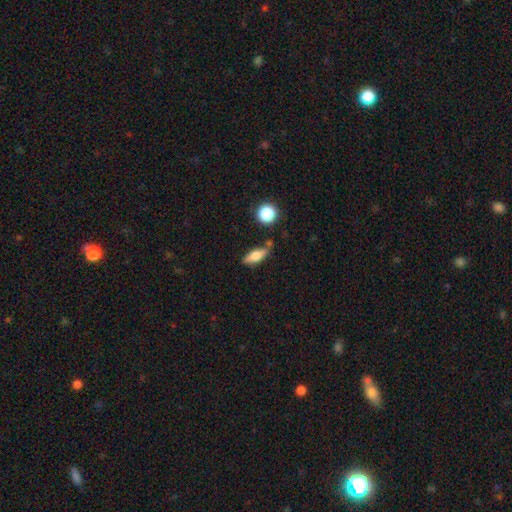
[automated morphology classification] Smooth or featured: smooth — 70% (featured or disk — 22%)
How rounded: in between — 62% (cigar-shaped — 32%)
Merging: none — 73% (minor disturbance — 16%)